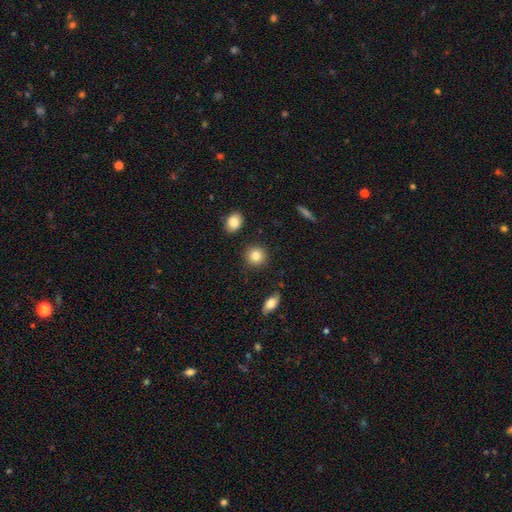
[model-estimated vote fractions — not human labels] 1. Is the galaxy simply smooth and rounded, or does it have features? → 84% smooth, 9% star or artifact, 7% featured or disk.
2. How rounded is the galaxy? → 90% round, 9% in between, 1% cigar-shaped.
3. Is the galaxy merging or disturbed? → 89% none, 6% minor disturbance, 2% merger, 2% major disturbance.